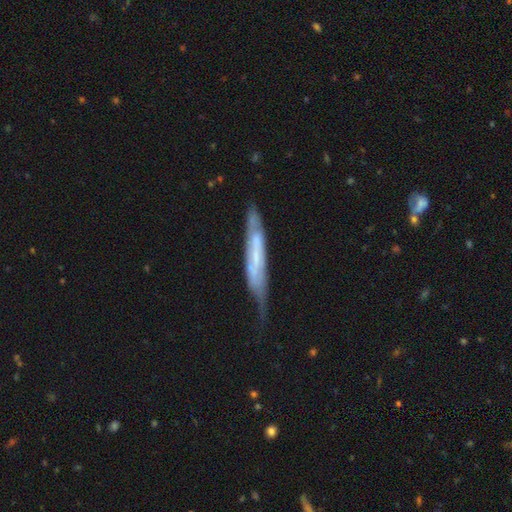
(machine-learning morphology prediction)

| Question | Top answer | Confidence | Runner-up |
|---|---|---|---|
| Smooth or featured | featured or disk | 63% | smooth (30%) |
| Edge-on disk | yes | 57% | no (43%) |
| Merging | none | 48% | minor disturbance (33%) |